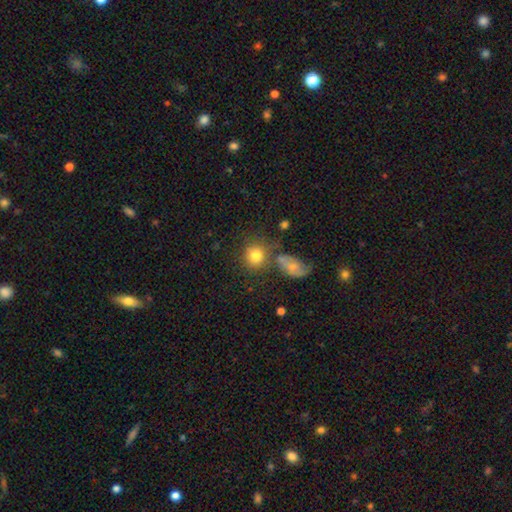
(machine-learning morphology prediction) The model was most divided on "merging": none: 60%, merger: 21%, minor disturbance: 13%, major disturbance: 7%. More confident: how rounded — round (80%); smooth or featured — smooth (79%).